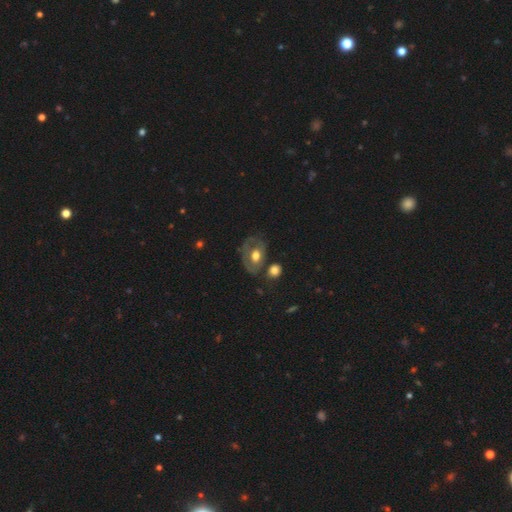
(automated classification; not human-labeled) A featured or disk galaxy (53%). Merging: none (58%).